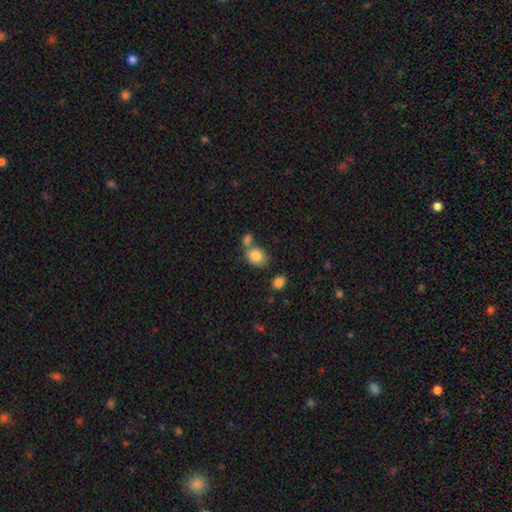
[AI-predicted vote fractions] smooth 83%, star or artifact 8%, featured or disk 8%. Down the decision tree: how rounded — in between (61%); merging — none (54%).